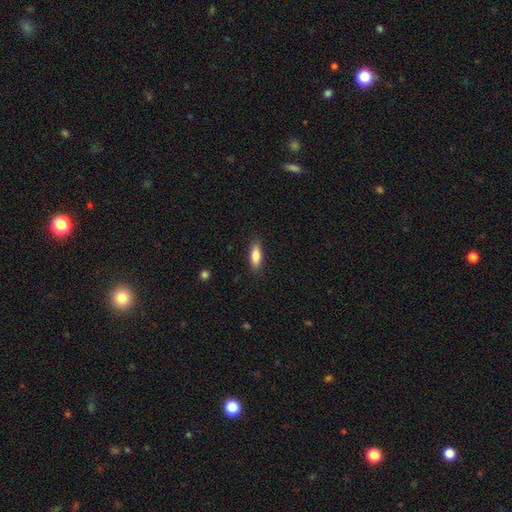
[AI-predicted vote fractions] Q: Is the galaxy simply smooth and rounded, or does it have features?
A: smooth — 83%.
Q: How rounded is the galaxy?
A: in between — 65%.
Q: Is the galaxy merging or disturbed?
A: none — 86%.